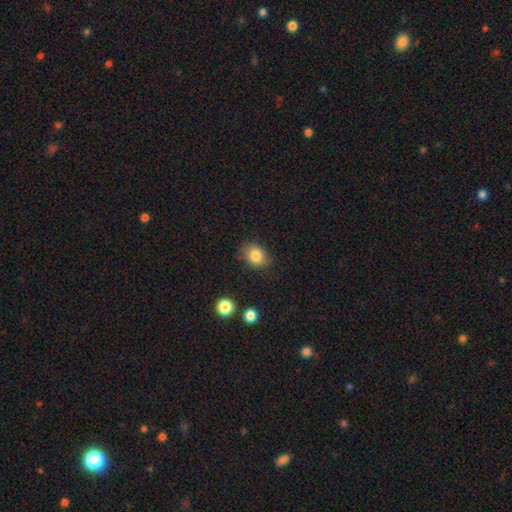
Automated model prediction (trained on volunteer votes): This is clearly a smooth galaxy (83%). How rounded: possibly in between (53%). Merging: clearly none (80%).